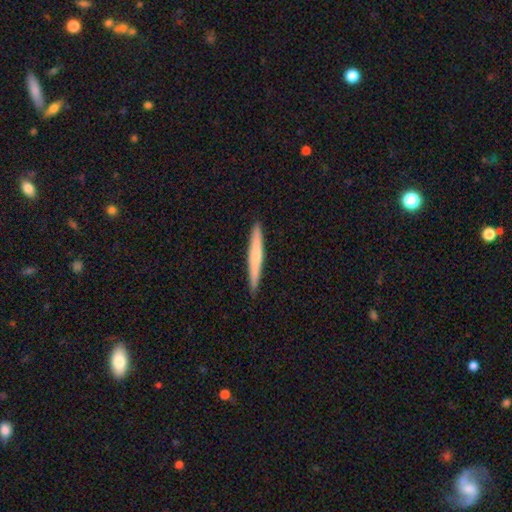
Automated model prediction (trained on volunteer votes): The model was most divided on "smooth or featured": smooth: 57%, featured or disk: 37%, star or artifact: 6%. More confident: how rounded — cigar-shaped (96%); merging — none (91%).